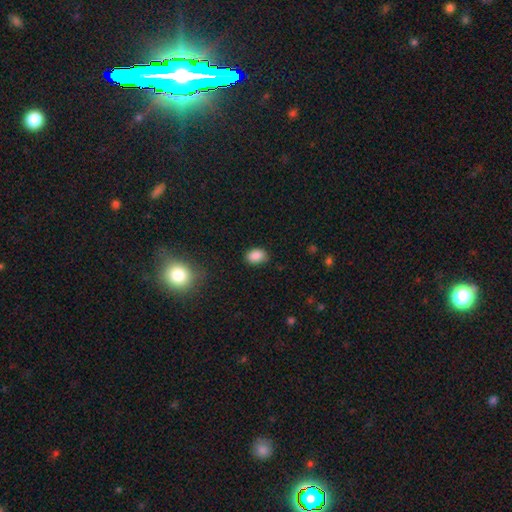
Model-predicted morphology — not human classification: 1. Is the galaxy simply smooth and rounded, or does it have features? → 86% smooth, 10% star or artifact, 4% featured or disk.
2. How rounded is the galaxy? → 76% in between, 23% round, 1% cigar-shaped.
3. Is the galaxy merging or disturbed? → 80% none, 15% minor disturbance, 3% major disturbance, 1% merger.